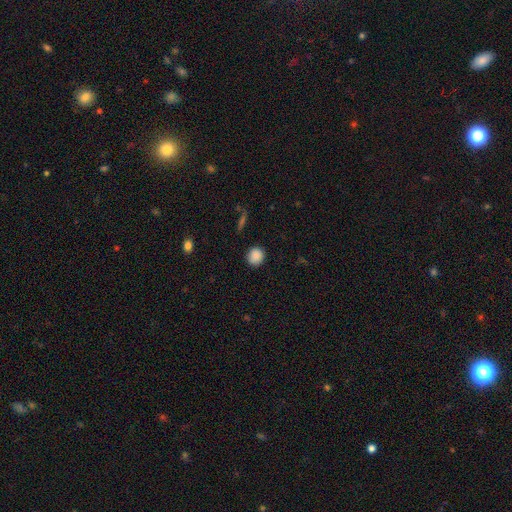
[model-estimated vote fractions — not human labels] Q: Smooth or featured?
A: smooth (88%); runner-up: star or artifact (9%)
Q: How rounded?
A: round (84%); runner-up: in between (15%)
Q: Merging?
A: none (86%); runner-up: minor disturbance (10%)